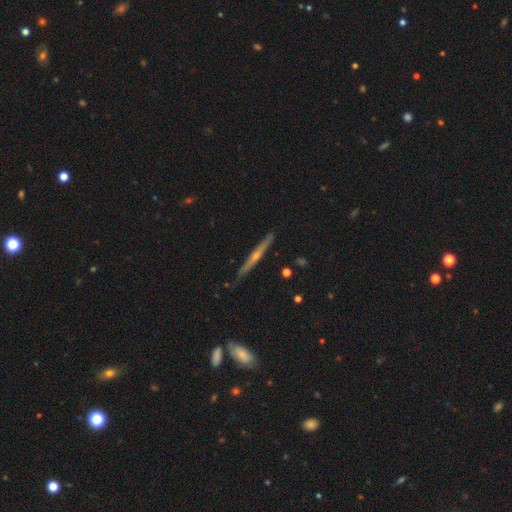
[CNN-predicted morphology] Smooth or featured? Predicted: featured or disk (p=0.75). Edge-on disk? Predicted: yes (p=0.98). Edge-on bulge? Predicted: rounded (p=0.74). Merging? Predicted: none (p=0.87).